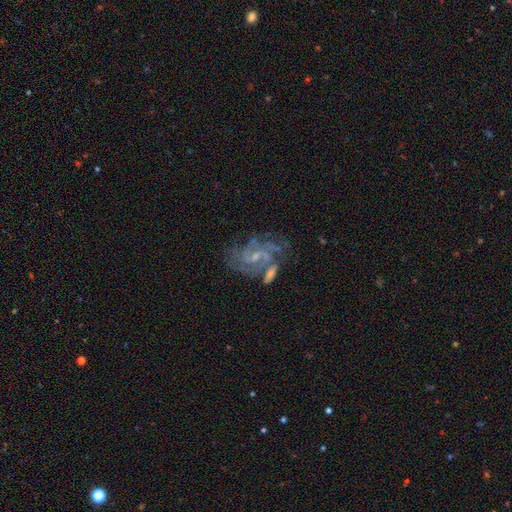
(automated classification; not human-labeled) Smooth or featured: featured or disk — 84% (star or artifact — 8%)
Edge-on disk: no — 97% (yes — 3%)
Bar: weak — 46% (no — 43%)
Spiral arms: yes — 94% (no — 6%)
Spiral winding: medium — 45% (tight — 43%)
Spiral arm count: 3 — 26% (2 — 25%)
Bulge size: small — 67% (moderate — 23%)
Merging: none — 49% (merger — 21%)